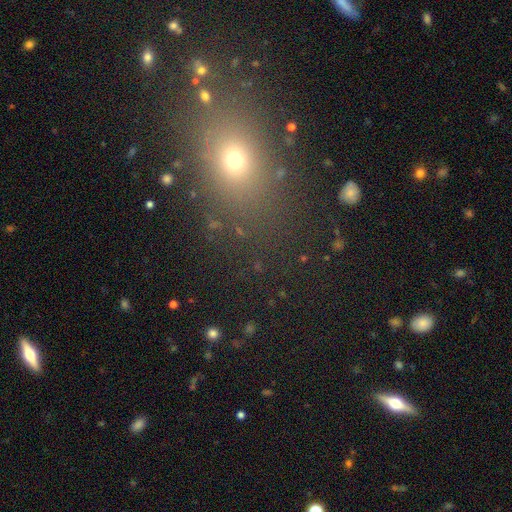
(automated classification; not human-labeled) A smooth galaxy with no disk features (60%) that is in between round and cigar-shaped (57%).

Vote fractions:
- Smooth or featured? smooth: 60% / star or artifact: 29% / featured or disk: 11%
- How rounded? in between: 57% / round: 40% / cigar-shaped: 3%
- Merging? none: 83% / minor disturbance: 10% / major disturbance: 4% / merger: 3%